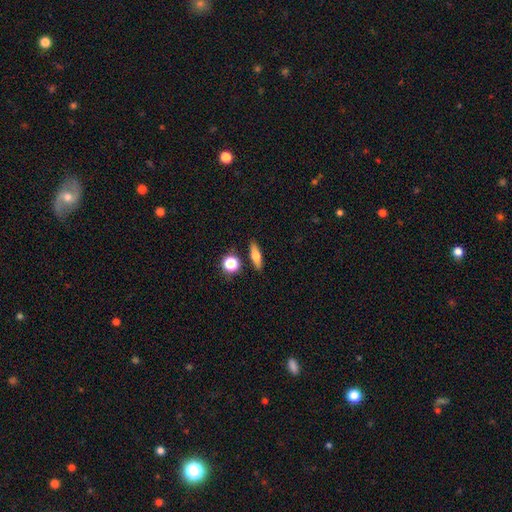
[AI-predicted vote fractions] Smooth or featured?
  - smooth: 65% *
  - featured or disk: 25%
  - star or artifact: 10%
How rounded?
  - cigar-shaped: 49% *
  - in between: 42%
  - round: 8%
Merging?
  - none: 84% *
  - minor disturbance: 9%
  - merger: 5%
  - major disturbance: 2%